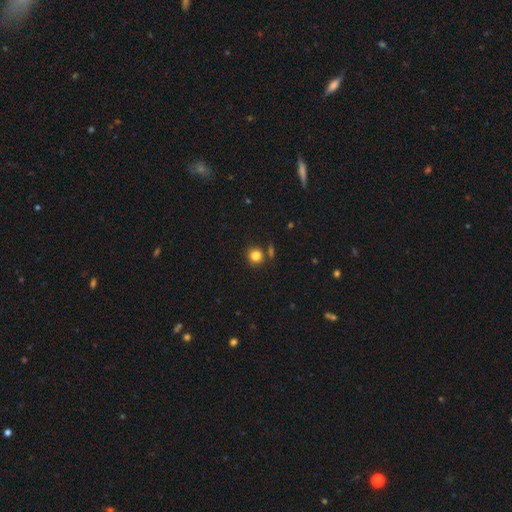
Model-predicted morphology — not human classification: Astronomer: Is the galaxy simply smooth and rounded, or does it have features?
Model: smooth — 83%.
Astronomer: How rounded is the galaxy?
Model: round — 88%.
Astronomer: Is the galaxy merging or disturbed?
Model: none — 78%.